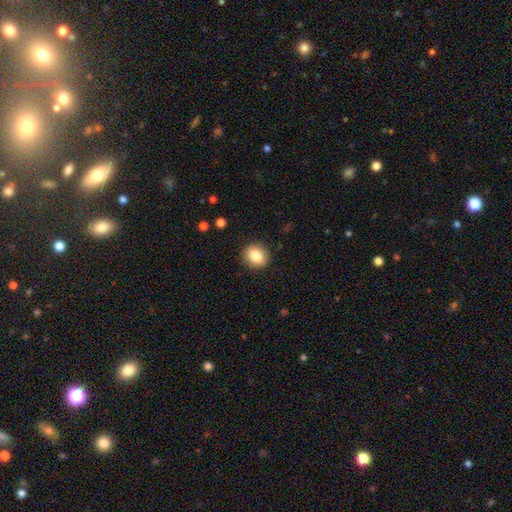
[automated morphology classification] Overall: smooth (83%). How rounded: round (70%). Merging: none (90%).